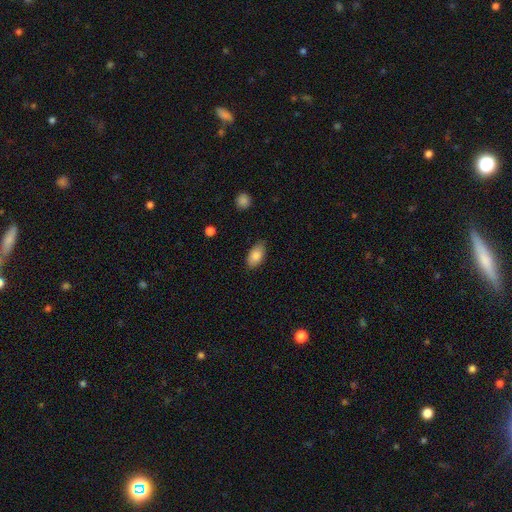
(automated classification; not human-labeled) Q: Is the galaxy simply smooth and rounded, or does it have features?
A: smooth — 85%.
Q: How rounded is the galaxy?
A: in between — 93%.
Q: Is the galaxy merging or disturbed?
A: none — 79%.